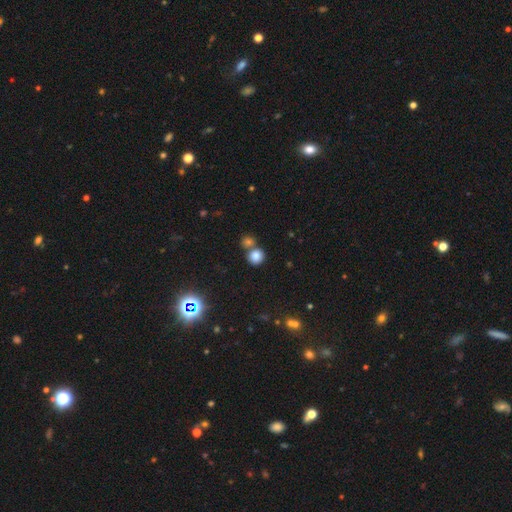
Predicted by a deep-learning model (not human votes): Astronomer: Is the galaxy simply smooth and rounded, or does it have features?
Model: smooth — 80%.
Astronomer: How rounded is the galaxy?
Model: round — 87%.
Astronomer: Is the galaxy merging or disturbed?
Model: none — 59%.